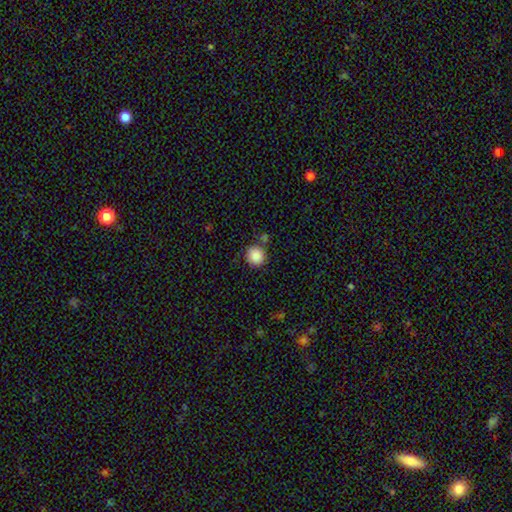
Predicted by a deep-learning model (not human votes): Smooth or featured?
  - smooth: 88% *
  - star or artifact: 9%
  - featured or disk: 4%
How rounded?
  - round: 93% *
  - in between: 6%
  - cigar-shaped: 1%
Merging?
  - none: 80% *
  - minor disturbance: 9%
  - merger: 8%
  - major disturbance: 3%